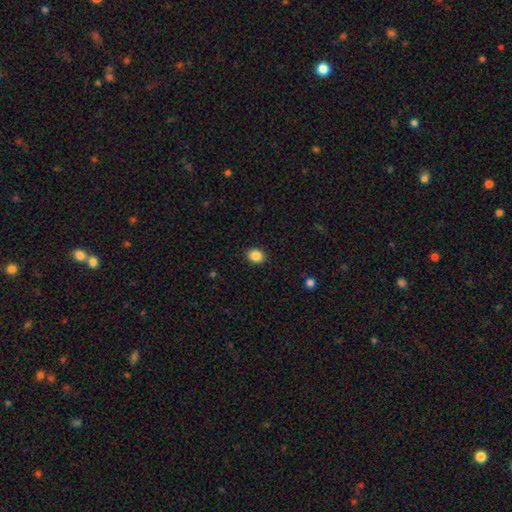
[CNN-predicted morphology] This appears to be a smooth galaxy with no disk features (87%) that is round (62%). Merging: none (90%).